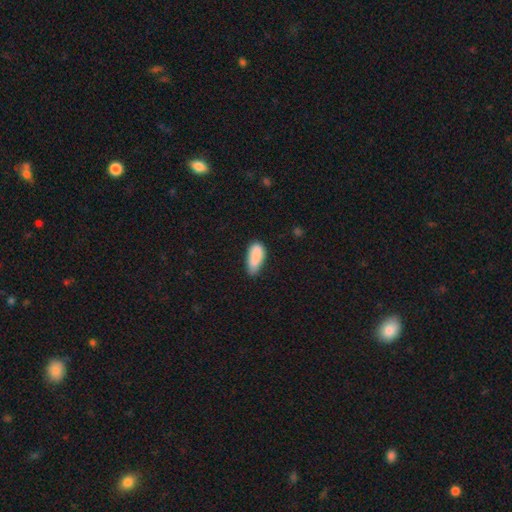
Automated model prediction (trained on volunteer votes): This appears to be a smooth galaxy with no disk features (85%) that is in between round and cigar-shaped (84%). Merging: none (48%).